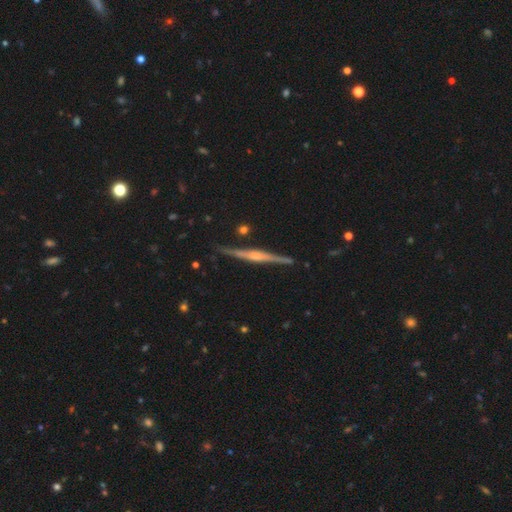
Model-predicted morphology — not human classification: Smooth or featured? featured or disk (82%)
Edge-on disk? yes (98%)
Edge-on bulge? rounded (65%)
Merging? none (89%)